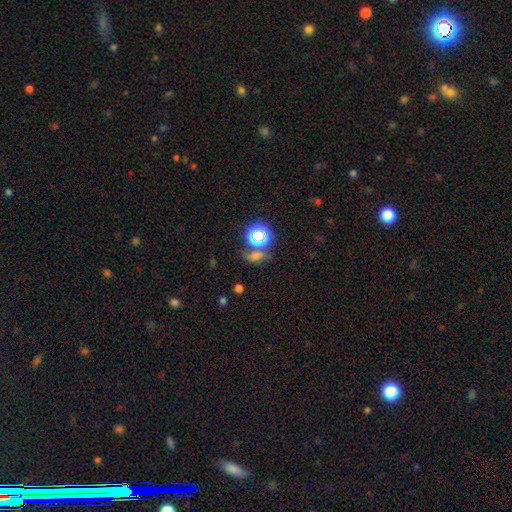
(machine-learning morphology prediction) This appears to be a smooth galaxy with no disk features (51%) that is in between round and cigar-shaped (51%). Merging: none (52%).